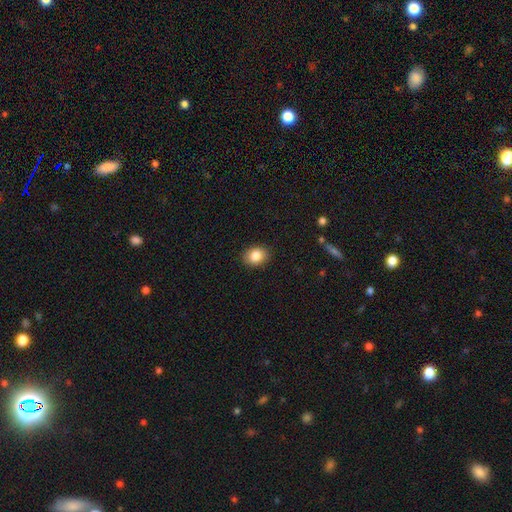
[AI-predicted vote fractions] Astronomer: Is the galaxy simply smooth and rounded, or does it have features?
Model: smooth — 85%.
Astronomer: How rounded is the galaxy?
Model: in between — 53% (runner-up: round, 46%).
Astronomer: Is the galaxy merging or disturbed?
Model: none — 89%.